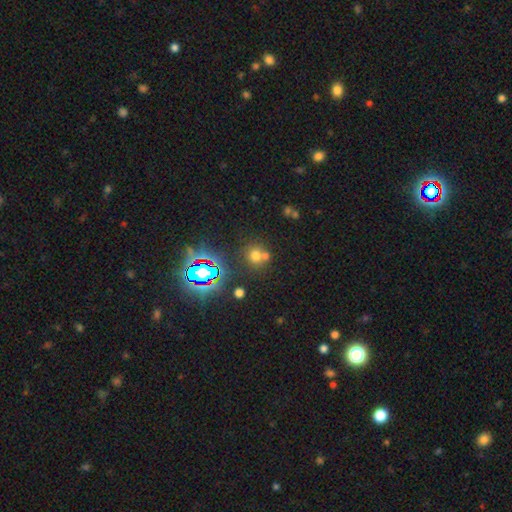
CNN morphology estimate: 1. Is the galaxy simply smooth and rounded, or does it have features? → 61% smooth, 29% star or artifact, 10% featured or disk.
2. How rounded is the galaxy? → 85% round, 14% in between, 1% cigar-shaped.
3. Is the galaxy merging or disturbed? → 56% none, 32% merger, 8% minor disturbance, 4% major disturbance.